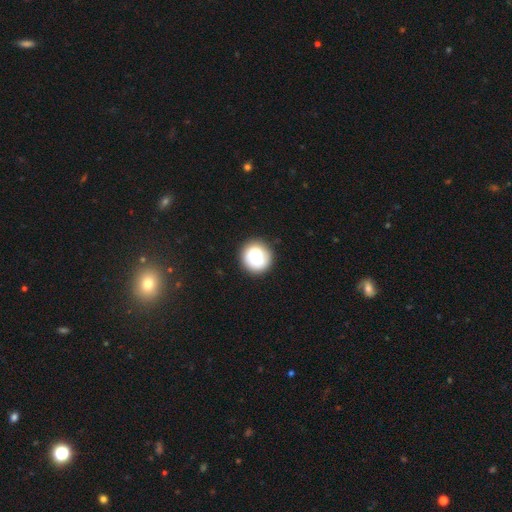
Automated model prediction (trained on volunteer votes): Smooth or featured? smooth (71%)
How rounded? round (94%)
Merging? none (84%)